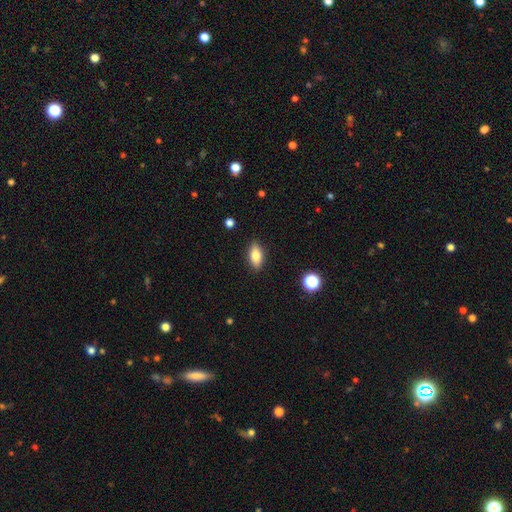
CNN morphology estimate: smooth-or-featured: smooth: 79% | featured or disk: 13% | star or artifact: 8%
  how-rounded: in between: 84% | cigar-shaped: 11% | round: 5%
  merging: none: 88% | minor disturbance: 9% | major disturbance: 2% | merger: 1%